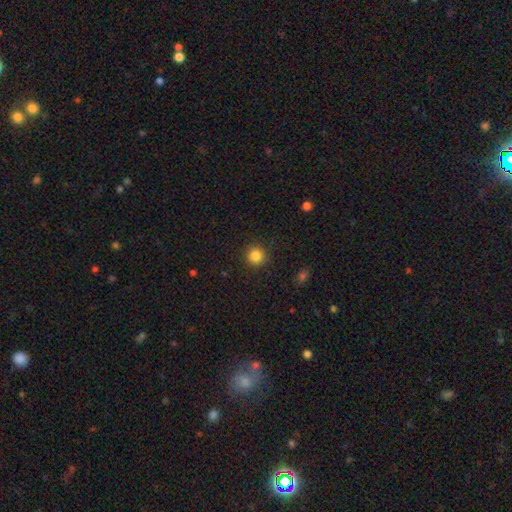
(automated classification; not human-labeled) Smooth or featured? smooth (84%)
How rounded? round (94%)
Merging? none (91%)